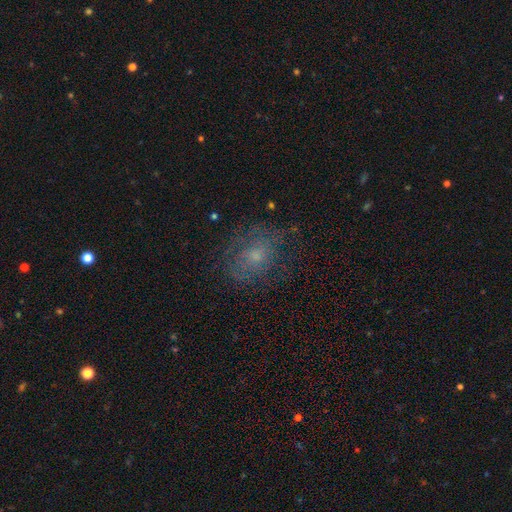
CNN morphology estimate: Smooth or featured: featured or disk — 43% (smooth — 41%)
Merging: none — 67% (minor disturbance — 19%)